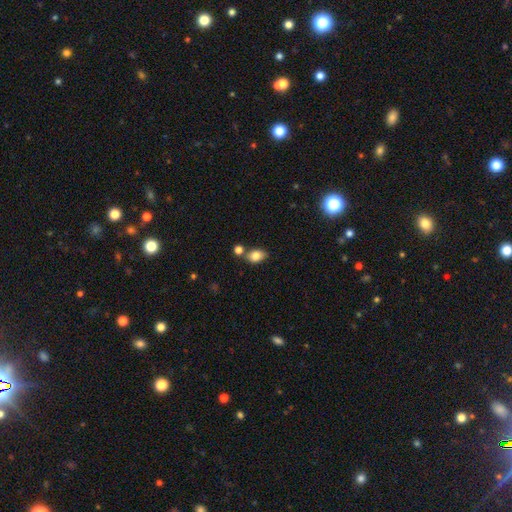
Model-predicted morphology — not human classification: Smooth or featured: smooth — 82% (star or artifact — 9%)
How rounded: in between — 79% (round — 19%)
Merging: none — 61% (merger — 20%)